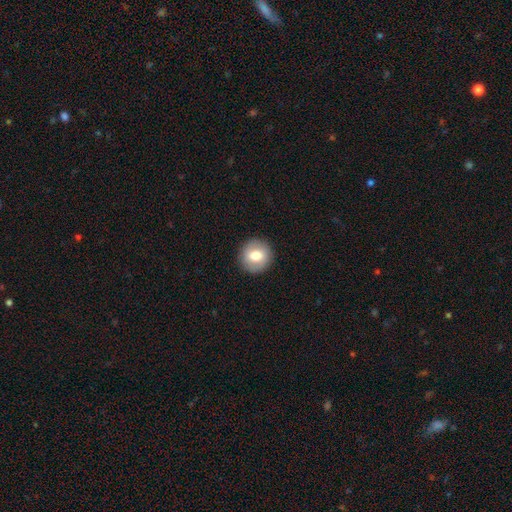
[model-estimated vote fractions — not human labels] This appears to be a smooth galaxy with no disk features (72%) that is round (91%). Merging: none (90%).